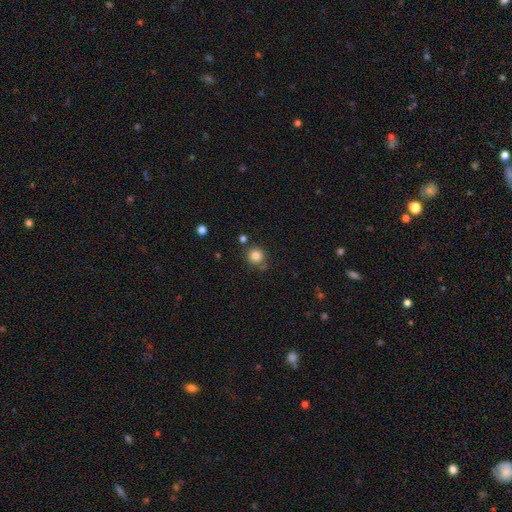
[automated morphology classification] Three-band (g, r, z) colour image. It shows a smooth galaxy with no disk features (83%) that is round (88%). Merging: none (75%).